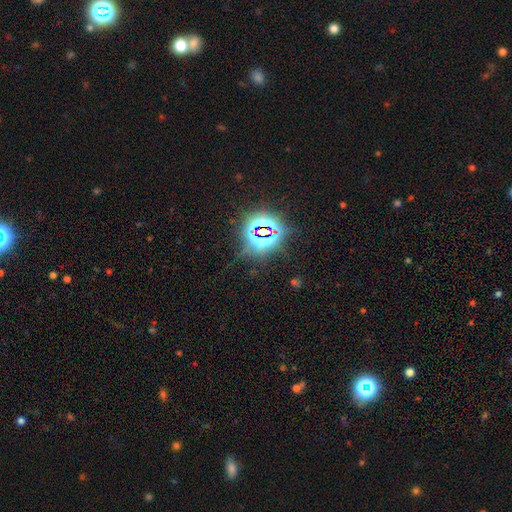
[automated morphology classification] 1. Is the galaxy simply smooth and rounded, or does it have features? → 82% star or artifact, 11% smooth, 7% featured or disk.